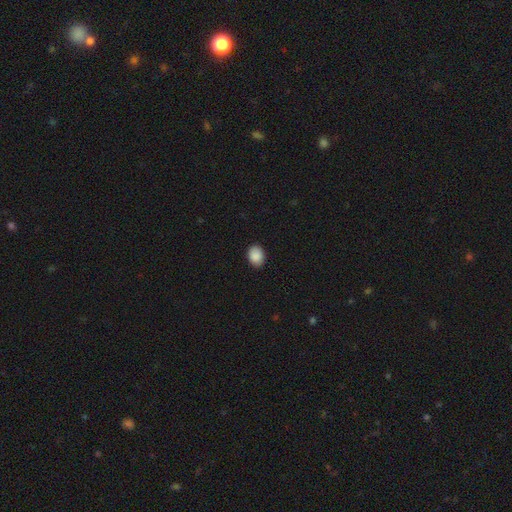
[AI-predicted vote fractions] smooth_or_featured: smooth (p=0.89) [alt: star or artifact p=0.07]
how_rounded: in between (p=0.67) [alt: round p=0.32]
merging: none (p=0.88) [alt: minor disturbance p=0.10]